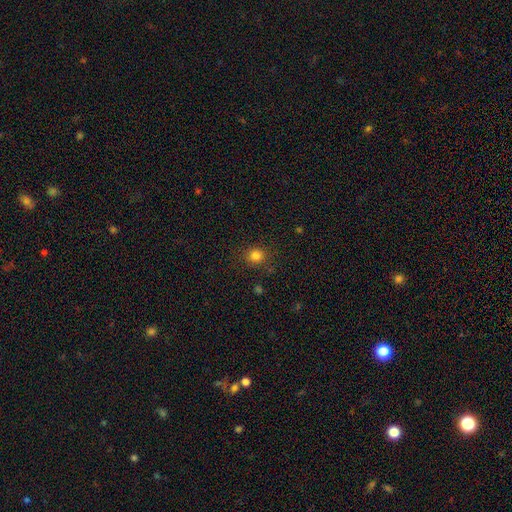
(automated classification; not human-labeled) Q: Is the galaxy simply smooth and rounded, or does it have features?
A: smooth — 81%.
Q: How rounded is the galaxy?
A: round — 86%.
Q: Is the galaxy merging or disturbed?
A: none — 86%.